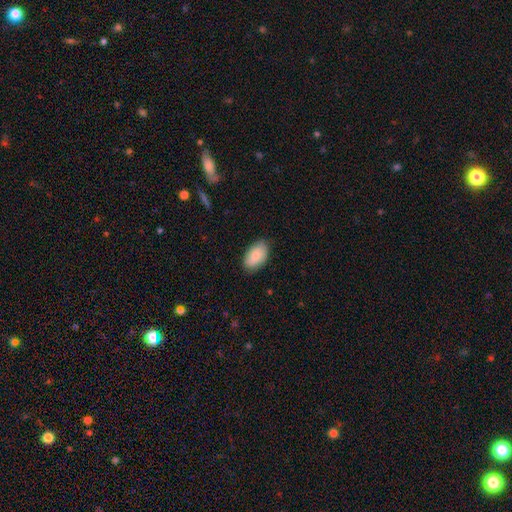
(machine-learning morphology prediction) This appears to be a smooth galaxy with no disk features (84%) that is in between round and cigar-shaped (94%). Merging: none (81%).